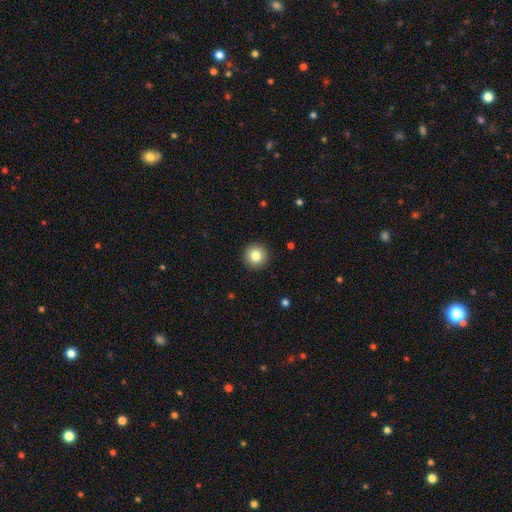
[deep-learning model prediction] Overall: smooth (83%). How rounded: round (96%). Merging: none (93%).